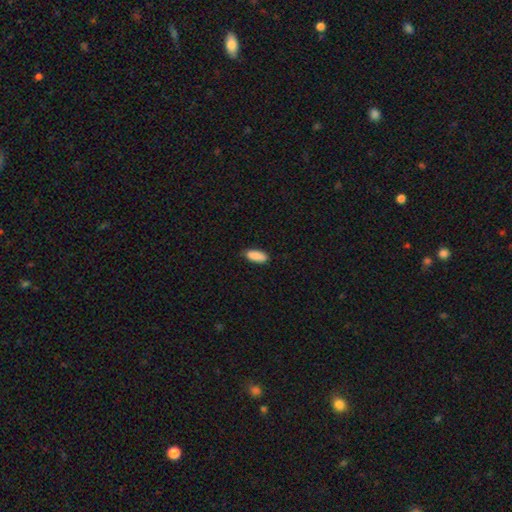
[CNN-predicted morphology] Smooth or featured? Predicted: smooth (p=0.90). How rounded? Predicted: in between (p=0.81). Merging? Predicted: none (p=0.83).